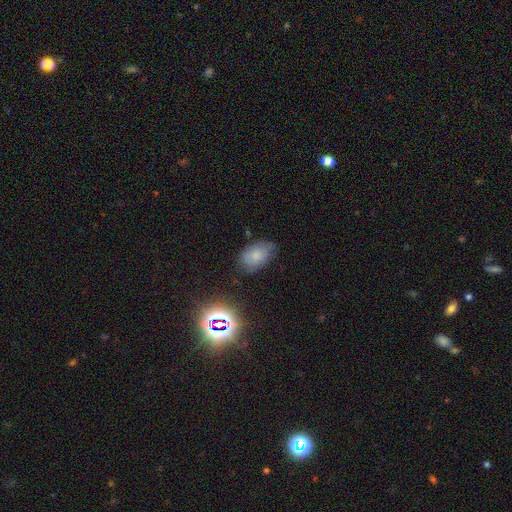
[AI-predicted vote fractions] Smooth or featured: smooth — 76% (star or artifact — 13%)
How rounded: in between — 90% (round — 9%)
Merging: none — 72% (minor disturbance — 21%)